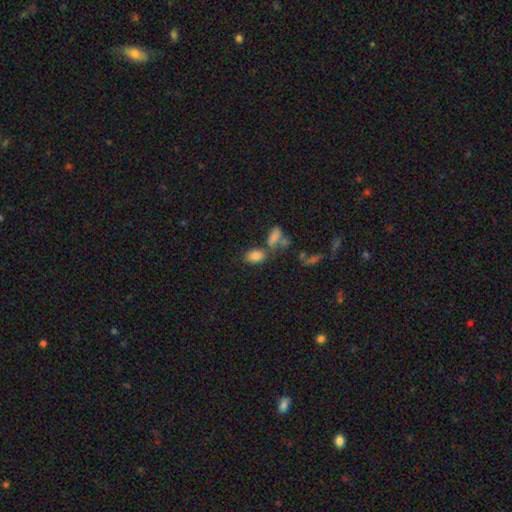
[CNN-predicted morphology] smooth_or_featured: smooth (p=0.82) [alt: star or artifact p=0.10]
how_rounded: in between (p=0.87) [alt: round p=0.11]
merging: none (p=0.56) [alt: merger p=0.26]